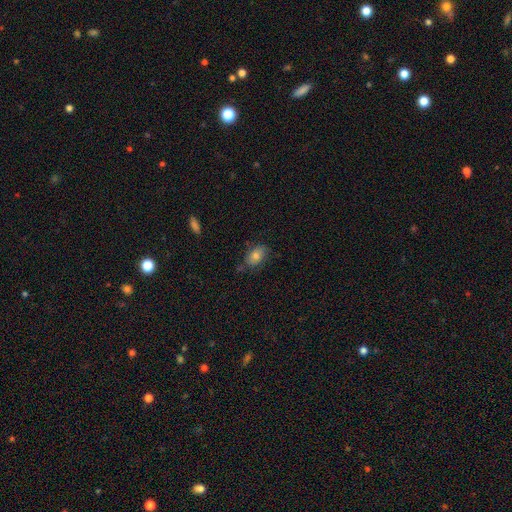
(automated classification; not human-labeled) Smooth or featured?
  - smooth: 76% *
  - featured or disk: 15%
  - star or artifact: 9%
How rounded?
  - in between: 88% *
  - round: 10%
  - cigar-shaped: 2%
Merging?
  - none: 71% *
  - minor disturbance: 21%
  - major disturbance: 4%
  - merger: 4%